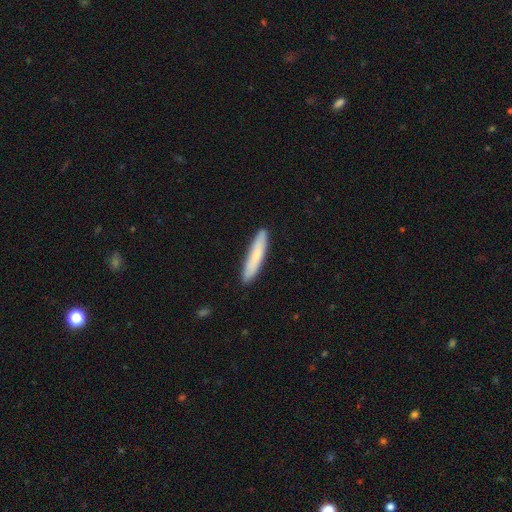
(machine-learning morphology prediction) This appears to be a smooth galaxy with no disk features (78%) that is cigar-shaped (91%). Merging: none (89%).